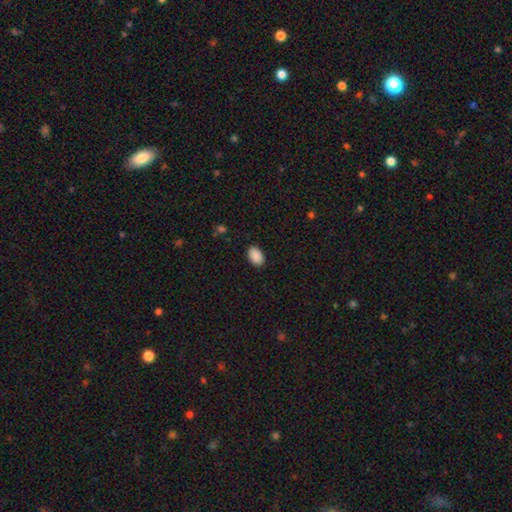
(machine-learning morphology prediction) smooth-or-featured: smooth: 90% | star or artifact: 8% | featured or disk: 2%
  how-rounded: in between: 89% | round: 10% | cigar-shaped: 1%
  merging: none: 89% | minor disturbance: 8% | major disturbance: 2% | merger: 1%